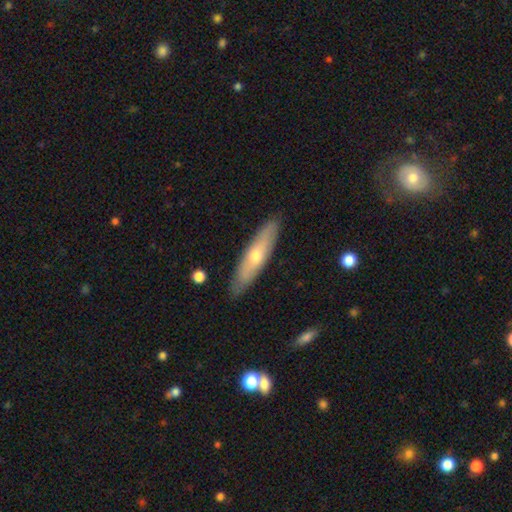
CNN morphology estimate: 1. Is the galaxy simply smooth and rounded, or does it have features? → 47% smooth (tied), 47% featured or disk (tied), 6% star or artifact.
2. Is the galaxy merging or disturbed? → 88% none, 9% minor disturbance, 2% major disturbance, 1% merger.